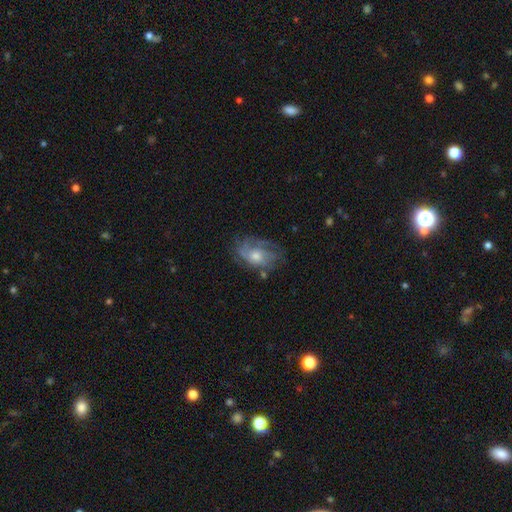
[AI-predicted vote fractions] Q: Smooth or featured?
A: featured or disk (68%); runner-up: smooth (23%)
Q: Edge-on disk?
A: no (96%); runner-up: yes (4%)
Q: Bar?
A: no (78%); runner-up: weak (20%)
Q: Spiral arms?
A: yes (81%); runner-up: no (19%)
Q: Spiral winding?
A: tight (44%); runner-up: medium (37%)
Q: Spiral arm count?
A: can't tell (45%); runner-up: 3 (19%)
Q: Bulge size?
A: moderate (60%); runner-up: small (30%)
Q: Merging?
A: none (63%); runner-up: minor disturbance (22%)